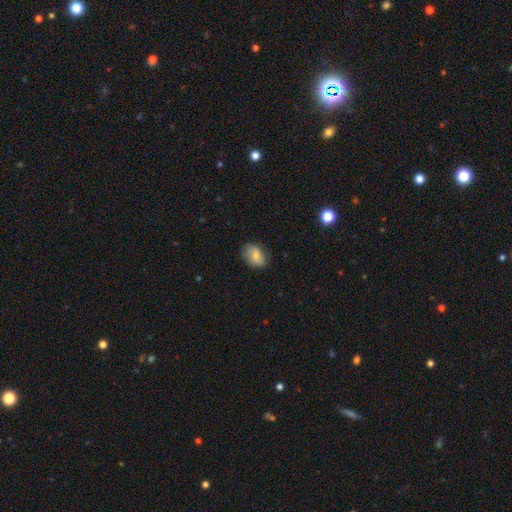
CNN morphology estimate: smooth_or_featured: smooth (p=0.73) [alt: featured or disk p=0.19]
how_rounded: in between (p=0.81) [alt: round p=0.17]
merging: none (p=0.73) [alt: minor disturbance p=0.21]